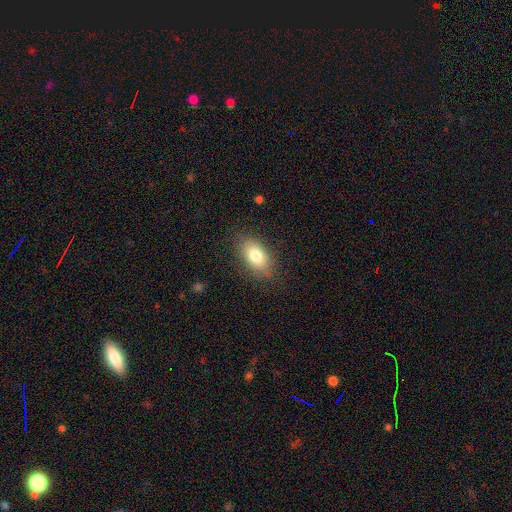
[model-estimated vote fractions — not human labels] A smooth galaxy with no disk features (81%) that is in between round and cigar-shaped (92%).

Vote fractions:
- Smooth or featured? smooth: 81% / featured or disk: 12% / star or artifact: 8%
- How rounded? in between: 92% / round: 5% / cigar-shaped: 3%
- Merging? none: 83% / minor disturbance: 12% / major disturbance: 4% / merger: 1%